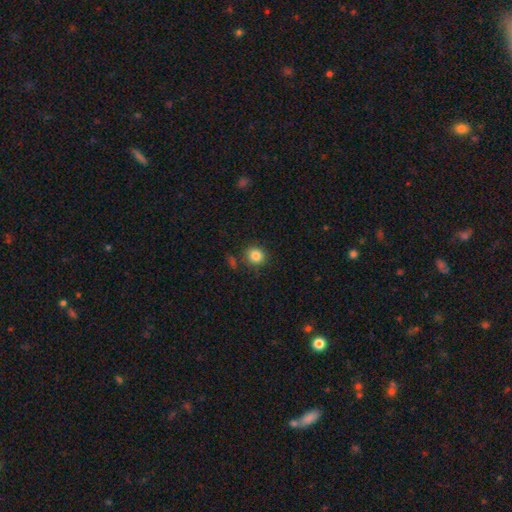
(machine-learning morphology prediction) smooth 84%, star or artifact 11%, featured or disk 5%. Down the decision tree: how rounded — round (88%); merging — none (84%).